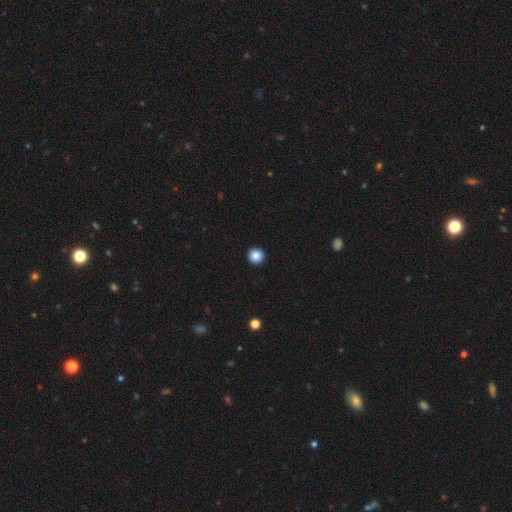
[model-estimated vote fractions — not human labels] Smooth or featured: smooth — 87% (star or artifact — 10%)
How rounded: round — 96% (in between — 3%)
Merging: none — 94% (minor disturbance — 4%)